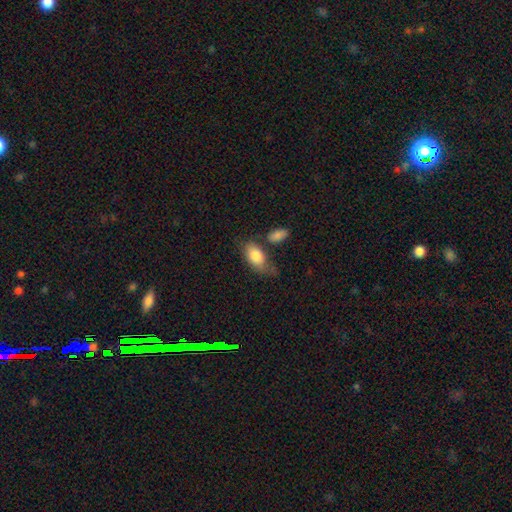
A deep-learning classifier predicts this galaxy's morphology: Smooth or featured? smooth (81%)
How rounded? in between (91%)
Merging? none (47%)